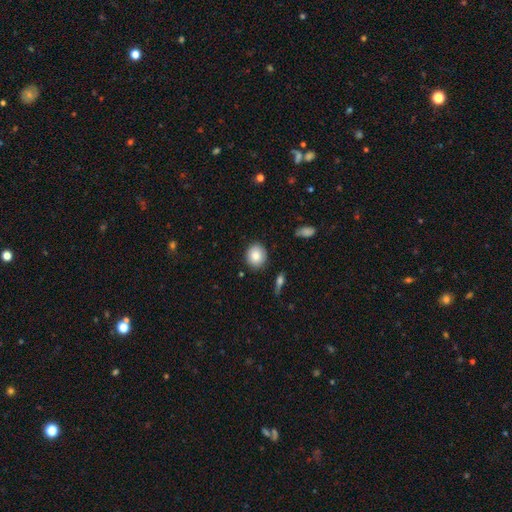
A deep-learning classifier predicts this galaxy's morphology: This appears to be a smooth galaxy with no disk features (85%) that is round (66%). Merging: none (87%).